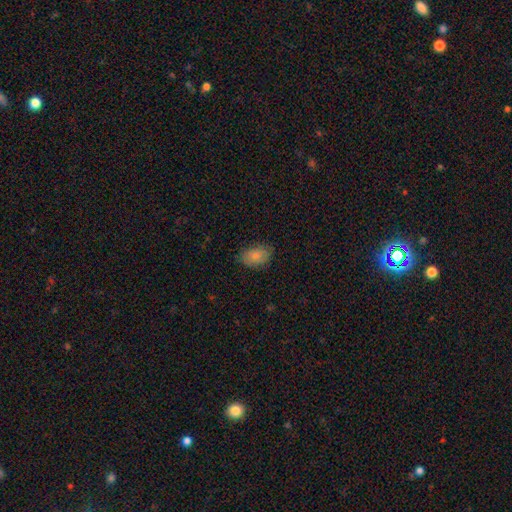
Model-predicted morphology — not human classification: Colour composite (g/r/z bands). It shows a smooth galaxy with no disk features (85%) that is in between round and cigar-shaped (87%). Merging: none (81%).